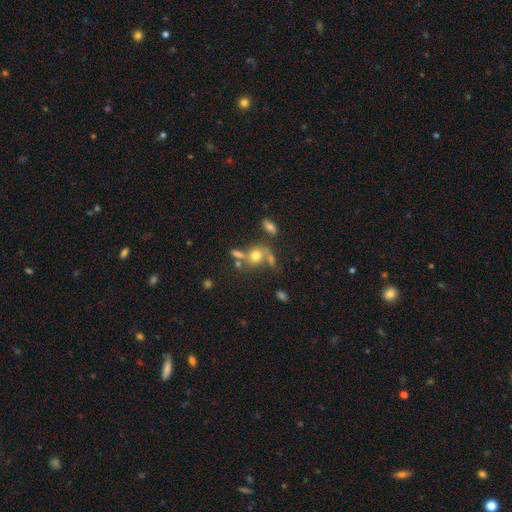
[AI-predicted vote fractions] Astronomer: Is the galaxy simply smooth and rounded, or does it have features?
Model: smooth — 64%.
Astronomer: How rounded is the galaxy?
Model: round — 59% (runner-up: in between, 39%).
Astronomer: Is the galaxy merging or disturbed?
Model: none — 40% (runner-up: merger, 34%).